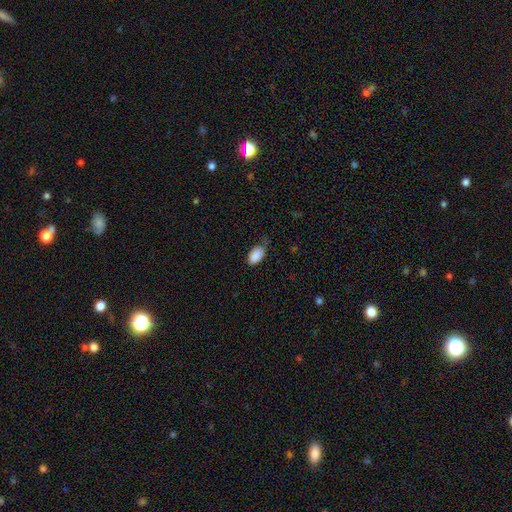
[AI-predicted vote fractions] Morphology: type=smooth (89%); roundness=in between (95%); merging=none (66%).